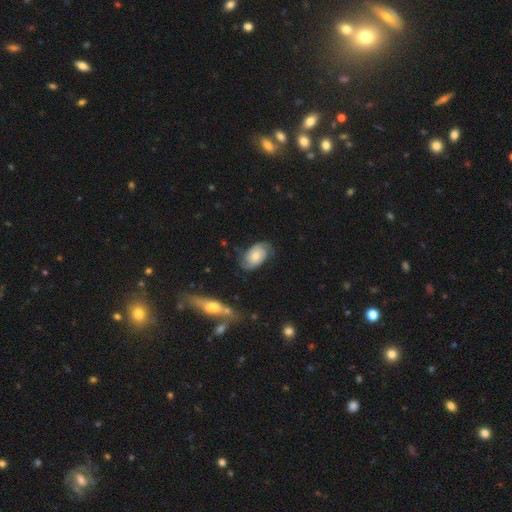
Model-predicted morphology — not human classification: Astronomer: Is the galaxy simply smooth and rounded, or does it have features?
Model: featured or disk — 67%.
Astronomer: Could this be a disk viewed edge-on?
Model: no — 95%.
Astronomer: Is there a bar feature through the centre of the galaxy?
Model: no — 73%.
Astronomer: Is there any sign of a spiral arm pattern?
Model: yes — 92%.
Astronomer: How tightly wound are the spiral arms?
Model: tight — 52% (runner-up: medium, 35%).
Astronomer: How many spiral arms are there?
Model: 2 — 73%.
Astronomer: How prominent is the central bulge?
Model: moderate — 49% (runner-up: small, 42%).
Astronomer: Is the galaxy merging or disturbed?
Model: none — 74%.